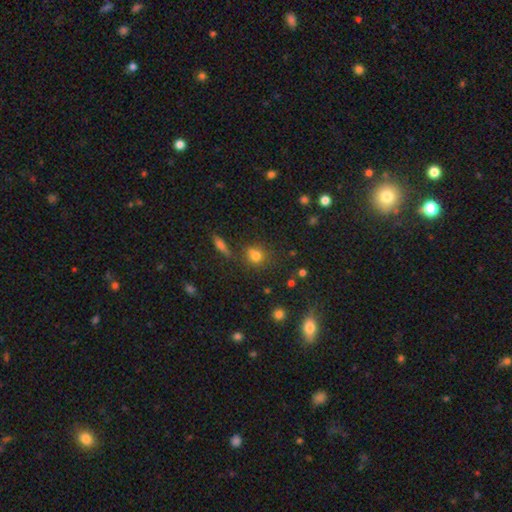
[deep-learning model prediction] Smooth or featured?
  - smooth: 73% *
  - star or artifact: 17%
  - featured or disk: 10%
How rounded?
  - round: 77% *
  - in between: 21%
  - cigar-shaped: 2%
Merging?
  - none: 62% *
  - merger: 20%
  - minor disturbance: 13%
  - major disturbance: 5%